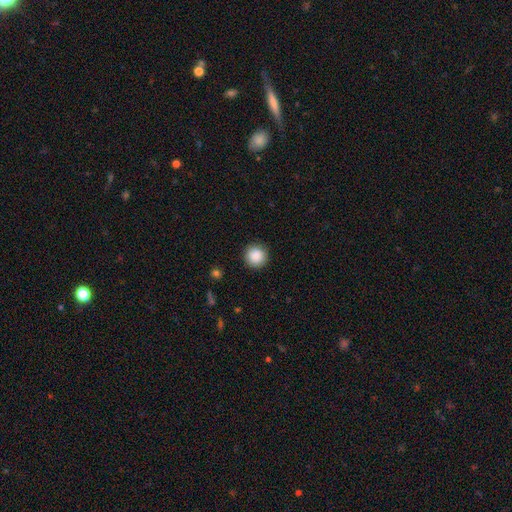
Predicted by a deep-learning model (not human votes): Morphology: type=smooth (88%); roundness=round (95%); merging=none (91%).